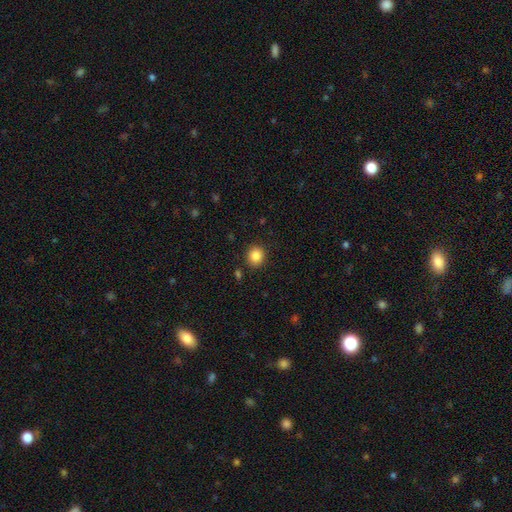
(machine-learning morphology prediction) Smooth or featured? smooth (85%)
How rounded? round (86%)
Merging? none (89%)